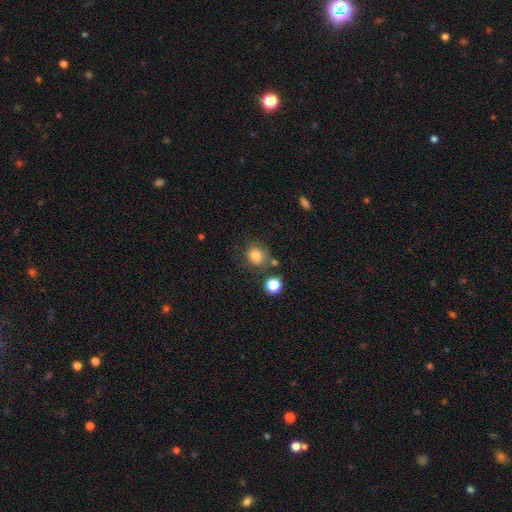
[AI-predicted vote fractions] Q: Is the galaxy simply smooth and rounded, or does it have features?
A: smooth — 82%.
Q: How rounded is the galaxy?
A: round — 78%.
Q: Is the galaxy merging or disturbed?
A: none — 70%.